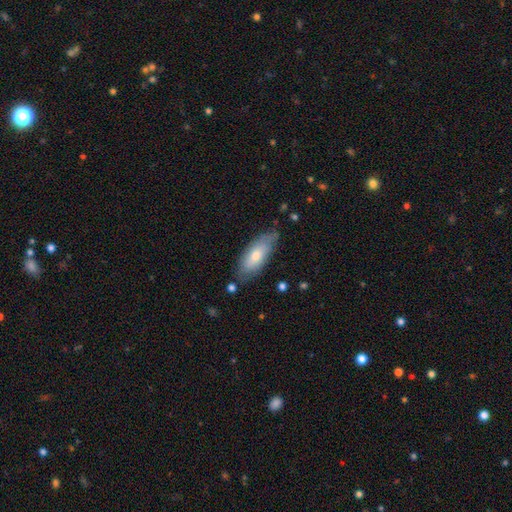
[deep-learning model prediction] Morphology: type=smooth (68%); roundness=in between (74%); merging=none (73%).